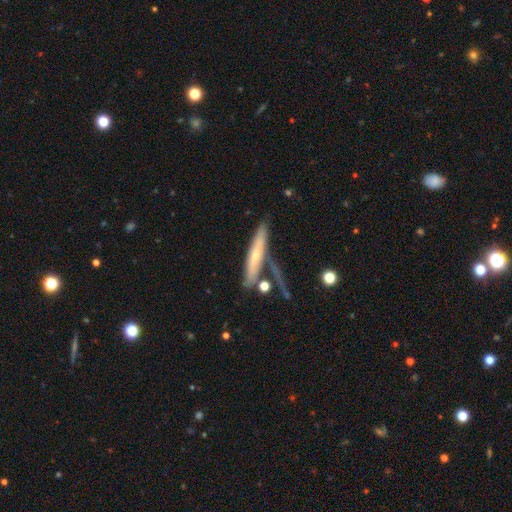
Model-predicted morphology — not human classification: featured or disk 48%, smooth 44%, star or artifact 7%. Down the decision tree: merging — none (58%).